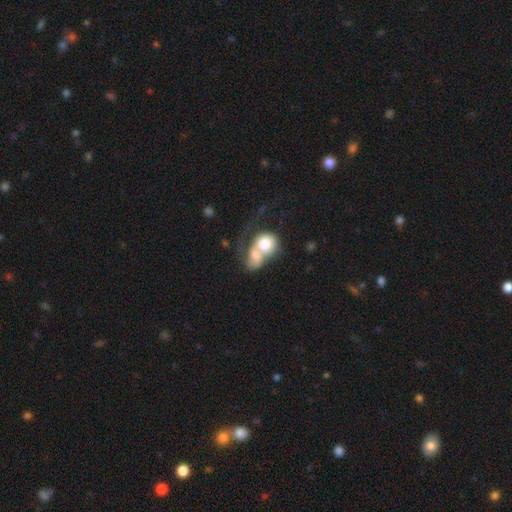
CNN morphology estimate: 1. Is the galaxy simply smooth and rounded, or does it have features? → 63% smooth, 29% featured or disk, 8% star or artifact.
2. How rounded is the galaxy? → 55% round, 43% in between, 1% cigar-shaped.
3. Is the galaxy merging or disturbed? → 74% merger, 10% major disturbance, 10% none, 5% minor disturbance.